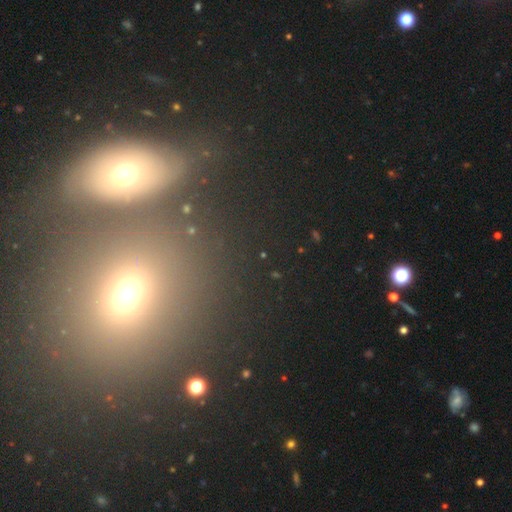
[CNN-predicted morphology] Smooth or featured? Predicted: smooth (p=0.43). Merging? Predicted: none (p=0.61).